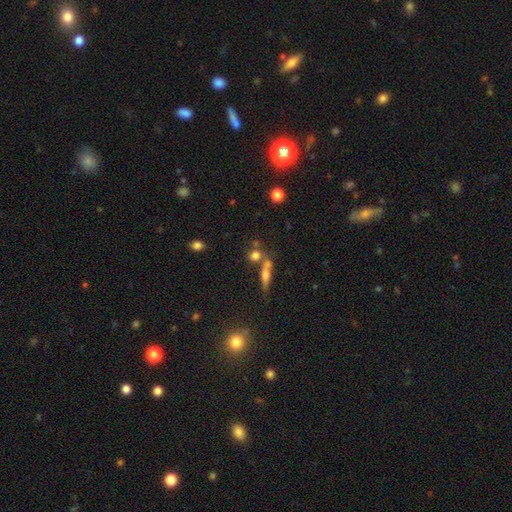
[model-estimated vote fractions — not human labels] smooth-or-featured: smooth: 68% | star or artifact: 16% | featured or disk: 16%
  how-rounded: round: 58% | in between: 28% | cigar-shaped: 13%
  merging: none: 52% | merger: 33% | minor disturbance: 10% | major disturbance: 5%